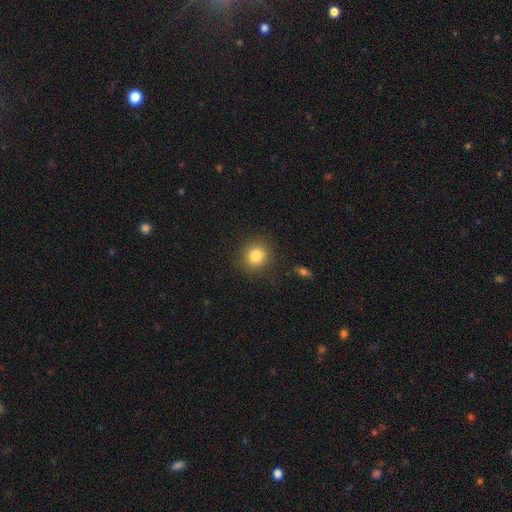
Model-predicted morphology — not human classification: smooth_or_featured: smooth (p=0.82) [alt: star or artifact p=0.11]
how_rounded: round (p=0.88) [alt: in between p=0.11]
merging: none (p=0.86) [alt: minor disturbance p=0.09]